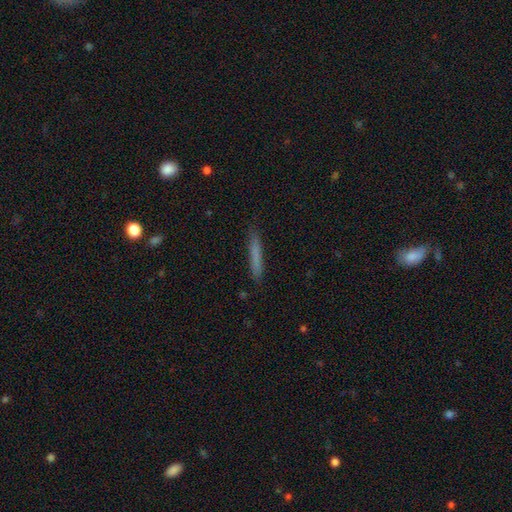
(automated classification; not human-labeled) smooth 73%, featured or disk 20%, star or artifact 7%. Down the decision tree: how rounded — cigar-shaped (95%); merging — none (86%).